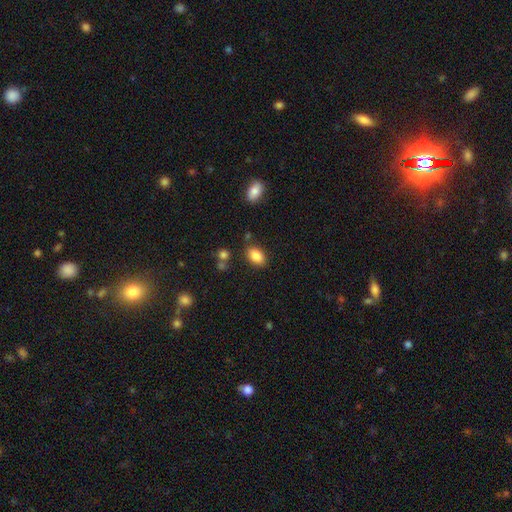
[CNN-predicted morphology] smooth-or-featured: smooth: 86% | star or artifact: 8% | featured or disk: 6%
  how-rounded: in between: 87% | round: 11% | cigar-shaped: 1%
  merging: none: 79% | minor disturbance: 13% | merger: 5% | major disturbance: 3%